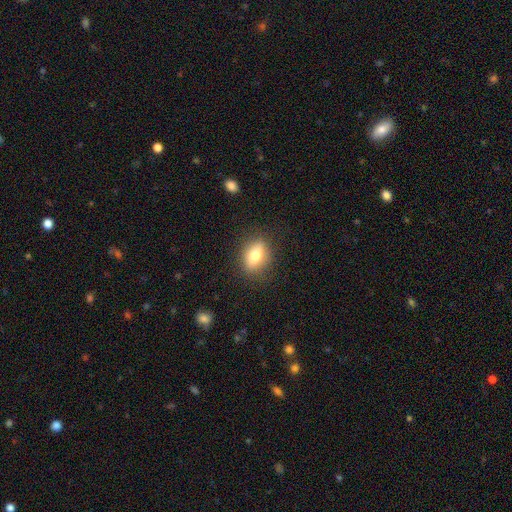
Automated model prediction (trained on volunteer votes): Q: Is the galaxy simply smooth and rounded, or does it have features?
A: smooth — 70%.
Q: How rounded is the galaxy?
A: in between — 68%.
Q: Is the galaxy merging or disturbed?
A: none — 84%.